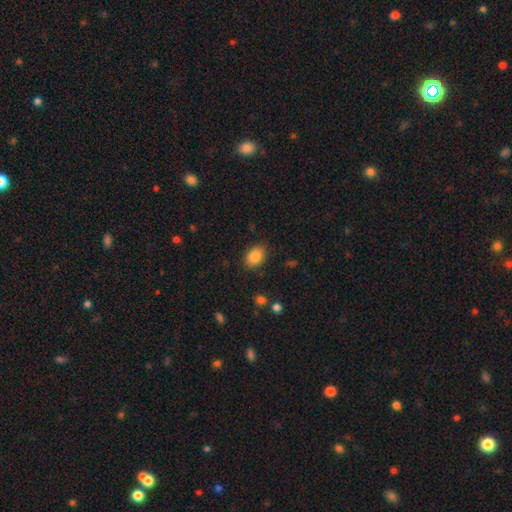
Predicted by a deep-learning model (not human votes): Overall: smooth (86%). How rounded: in between (77%). Merging: none (84%).